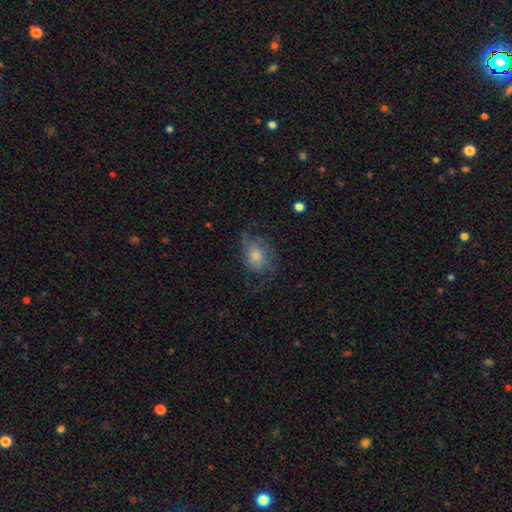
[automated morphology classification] Q: Smooth or featured?
A: featured or disk (58%); runner-up: smooth (32%)
Q: Edge-on disk?
A: no (96%); runner-up: yes (4%)
Q: Bar?
A: no (77%); runner-up: weak (20%)
Q: Spiral arms?
A: yes (85%); runner-up: no (15%)
Q: Bulge size?
A: moderate (51%); runner-up: small (35%)
Q: Merging?
A: none (58%); runner-up: minor disturbance (22%)